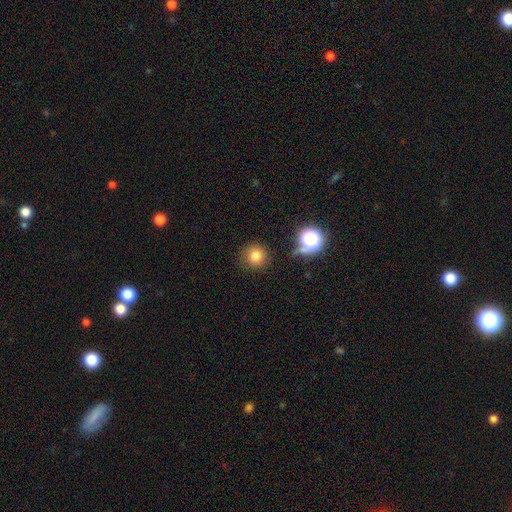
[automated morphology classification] Smooth or featured?
  - smooth: 77% *
  - star or artifact: 16%
  - featured or disk: 7%
How rounded?
  - round: 93% *
  - in between: 6%
  - cigar-shaped: 1%
Merging?
  - none: 85% *
  - minor disturbance: 9%
  - major disturbance: 3%
  - merger: 3%